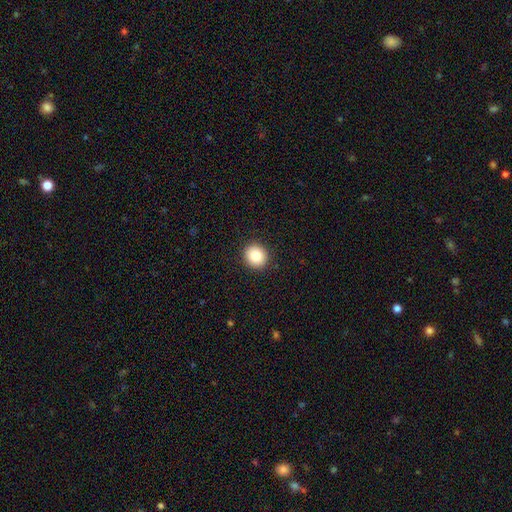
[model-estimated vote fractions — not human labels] Overall: smooth (83%). How rounded: round (88%). Merging: none (92%).